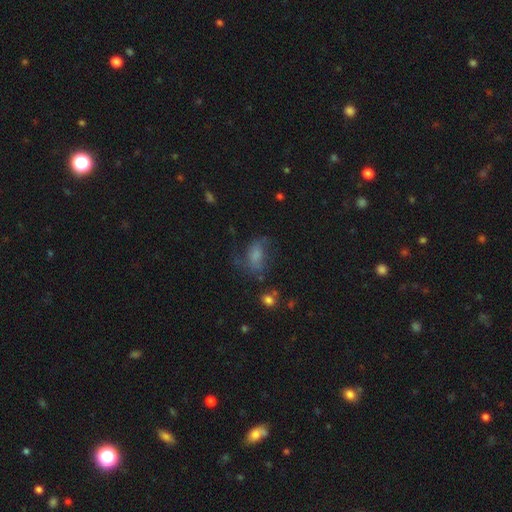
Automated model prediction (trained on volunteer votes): This is possibly a smooth galaxy (49%). Merging: marginally none (42%).